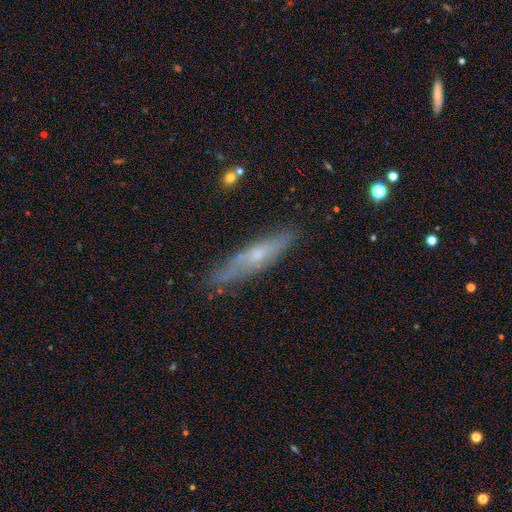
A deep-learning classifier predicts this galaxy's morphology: A featured or disk galaxy (53%) viewed edge-on (77%). Merging: none (80%).